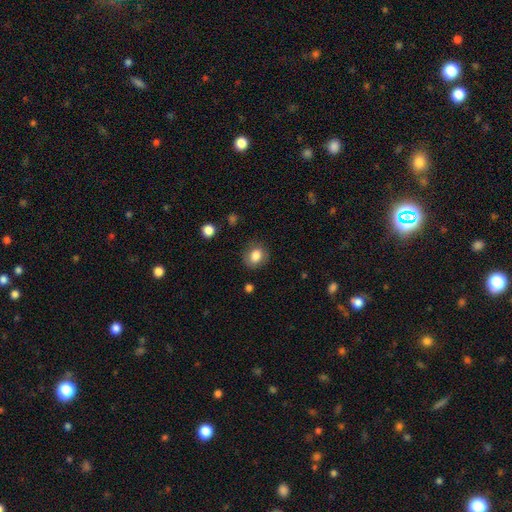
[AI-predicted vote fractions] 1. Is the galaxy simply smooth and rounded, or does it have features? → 83% smooth, 9% star or artifact, 8% featured or disk.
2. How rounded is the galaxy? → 63% round, 36% in between, 1% cigar-shaped.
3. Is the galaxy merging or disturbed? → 82% none, 12% minor disturbance, 4% major disturbance, 1% merger.